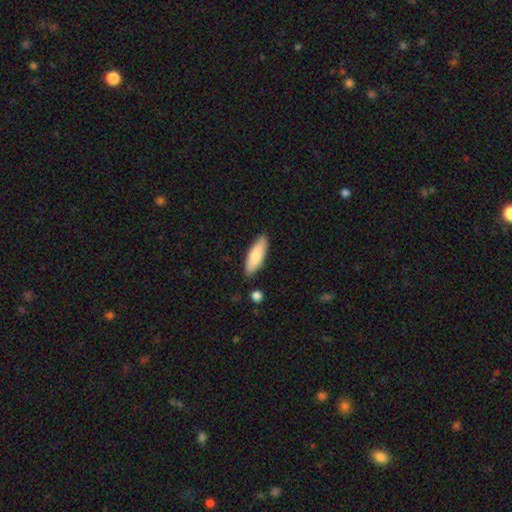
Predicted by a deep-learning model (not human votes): A smooth galaxy with no disk features (82%) that is in between round and cigar-shaped (55%). Merging: none (86%).